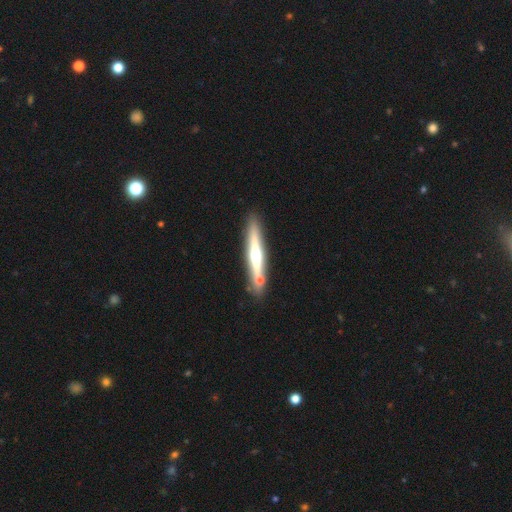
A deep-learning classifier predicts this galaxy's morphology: The model was most divided on "smooth or featured": featured or disk: 61%, smooth: 33%, star or artifact: 5%. More confident: edge-on disk — yes (95%); edge-on bulge — rounded (81%); merging — none (81%).